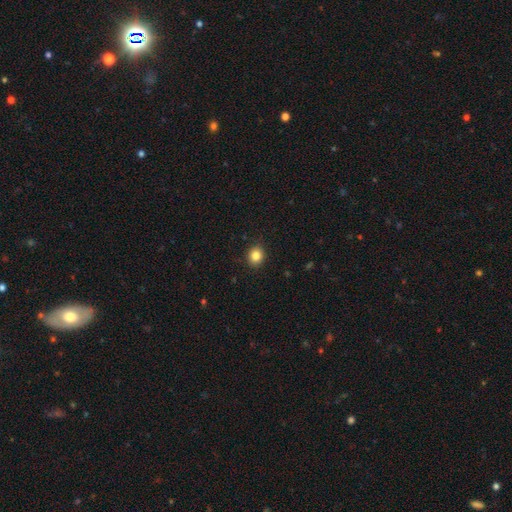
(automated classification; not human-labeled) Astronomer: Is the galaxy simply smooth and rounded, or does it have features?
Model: smooth — 85%.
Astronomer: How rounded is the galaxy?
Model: round — 75%.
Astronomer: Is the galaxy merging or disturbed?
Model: none — 90%.